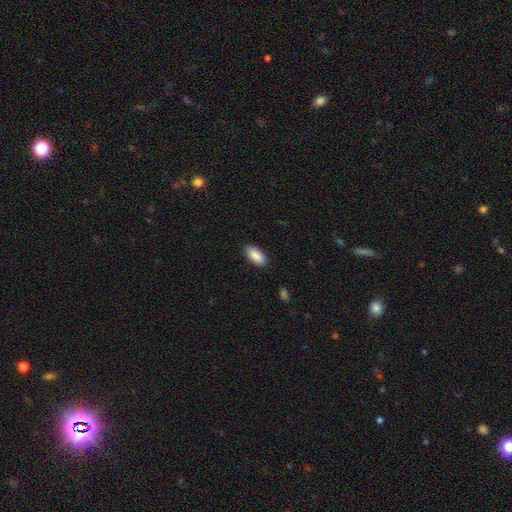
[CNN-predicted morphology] Smooth or featured? Predicted: smooth (p=0.90). How rounded? Predicted: in between (p=0.89). Merging? Predicted: none (p=0.88).